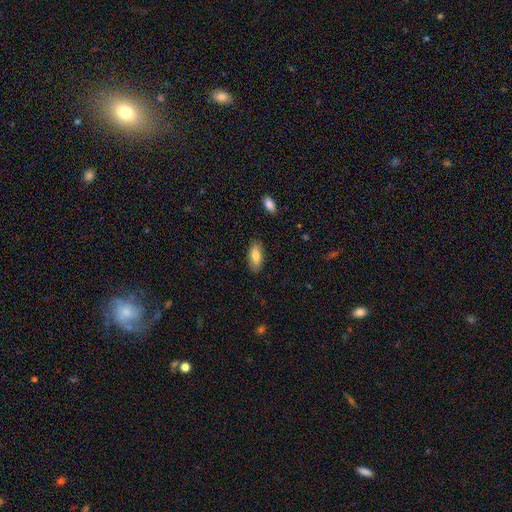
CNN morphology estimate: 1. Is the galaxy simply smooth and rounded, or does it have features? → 80% smooth, 13% featured or disk, 7% star or artifact.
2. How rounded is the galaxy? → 84% in between, 14% cigar-shaped, 2% round.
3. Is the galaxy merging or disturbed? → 86% none, 10% minor disturbance, 2% major disturbance, 1% merger.